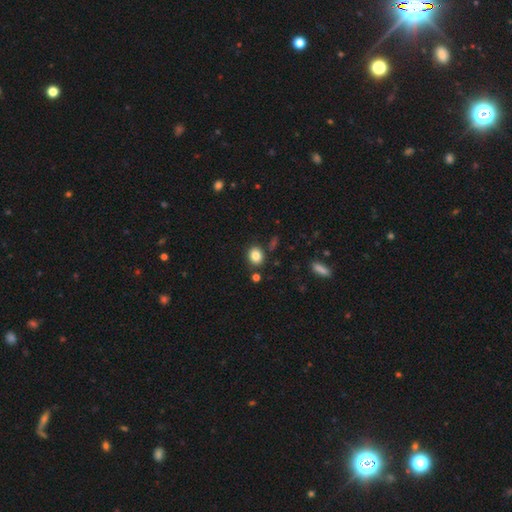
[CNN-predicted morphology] A smooth galaxy with no disk features (84%) that is round (61%).

Vote fractions:
- Smooth or featured? smooth: 84% / star or artifact: 10% / featured or disk: 6%
- How rounded? round: 61% / in between: 38% / cigar-shaped: 1%
- Merging? none: 83% / minor disturbance: 9% / merger: 5% / major disturbance: 2%